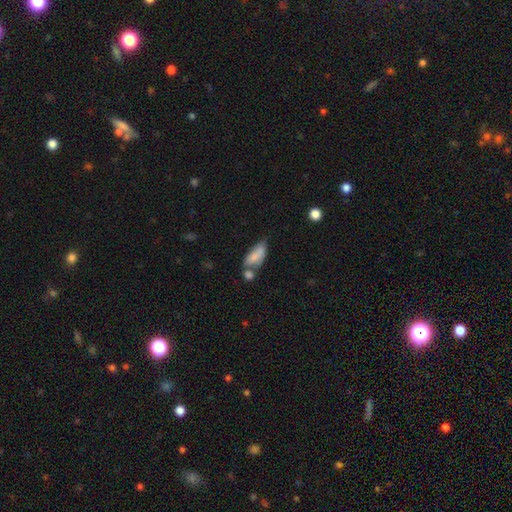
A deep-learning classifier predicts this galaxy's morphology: A smooth galaxy with no disk features (74%) that is in between round and cigar-shaped (83%).

Vote fractions:
- Smooth or featured? smooth: 74% / featured or disk: 18% / star or artifact: 8%
- How rounded? in between: 83% / cigar-shaped: 14% / round: 3%
- Merging? merger: 36% / none: 31% / minor disturbance: 22% / major disturbance: 11%